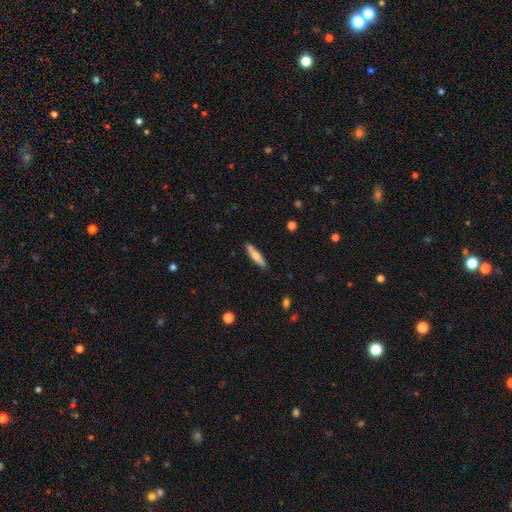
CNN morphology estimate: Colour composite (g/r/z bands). It shows a smooth galaxy with no disk features (62%) that is cigar-shaped (82%). Merging: none (86%).